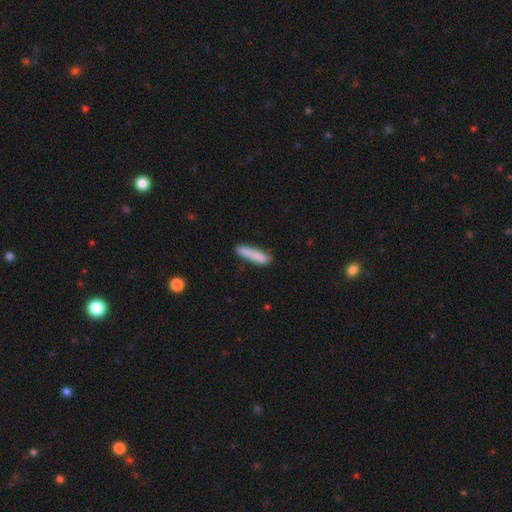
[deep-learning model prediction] This is clearly a smooth galaxy (83%). How rounded: clearly cigar-shaped (86%). Merging: likely none (75%).